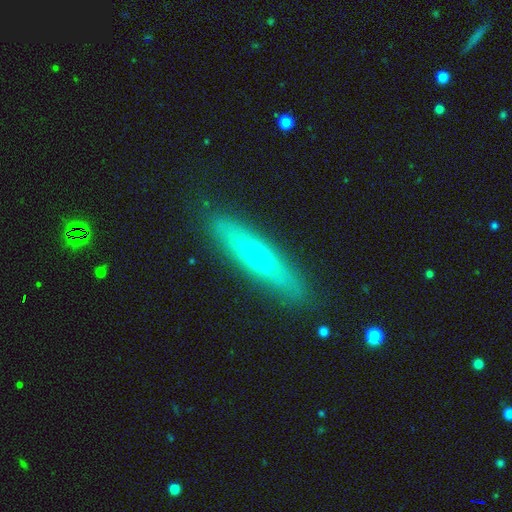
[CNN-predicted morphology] Smooth or featured: featured or disk — 52% (smooth — 41%)
Edge-on disk: yes — 75% (no — 25%)
Merging: none — 87% (minor disturbance — 10%)